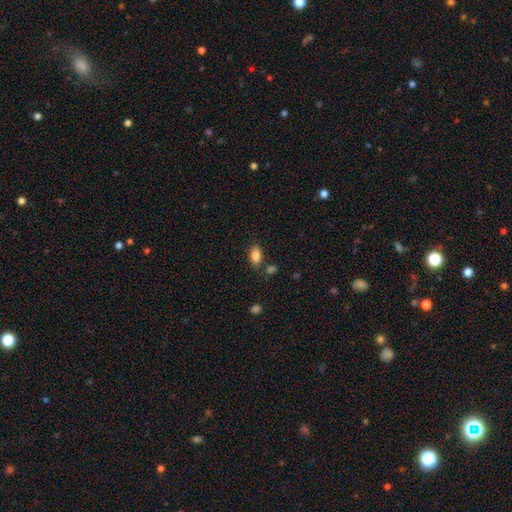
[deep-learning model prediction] Smooth or featured: smooth — 85% (star or artifact — 8%)
How rounded: in between — 90% (round — 6%)
Merging: none — 76% (minor disturbance — 13%)